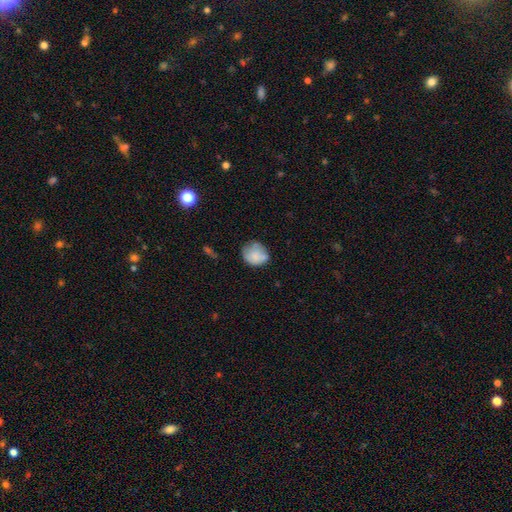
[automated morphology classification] Overall: smooth (76%). How rounded: round (75%). Merging: none (57%; minor disturbance 30%).